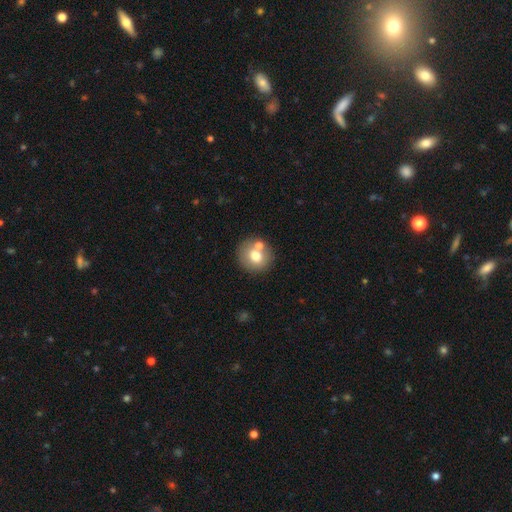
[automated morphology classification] A smooth galaxy with no disk features (70%) that is round (87%).

Vote fractions:
- Smooth or featured? smooth: 70% / featured or disk: 19% / star or artifact: 10%
- How rounded? round: 87% / in between: 12% / cigar-shaped: 1%
- Merging? none: 69% / merger: 19% / minor disturbance: 10% / major disturbance: 3%